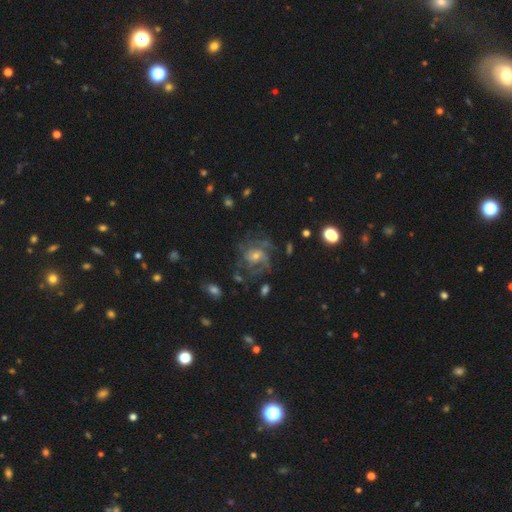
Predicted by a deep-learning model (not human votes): Morphology: type=featured or disk (76%); edge-on=no (97%); bar=no (63%); spiral arms=yes (91%); winding=medium (44%); arm count=can't tell (32%); bulge=small (50%); merging=none (64%).